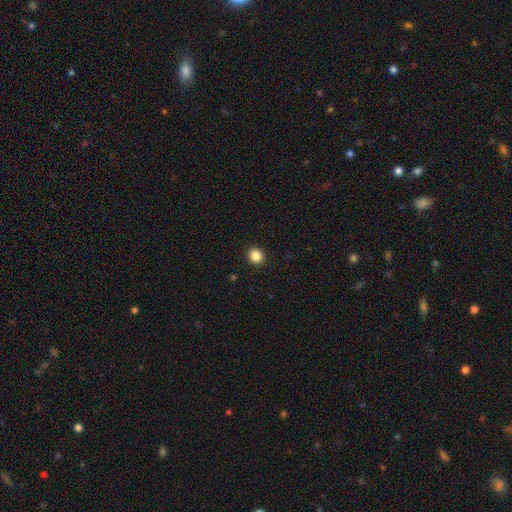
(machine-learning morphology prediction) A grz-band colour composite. It shows a smooth galaxy with no disk features (86%) that is round (91%). Merging: none (93%).